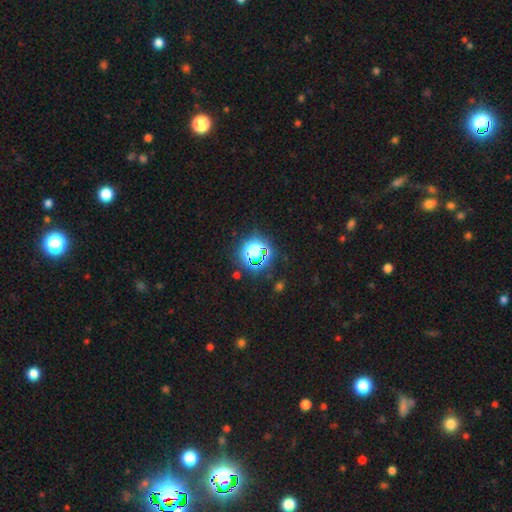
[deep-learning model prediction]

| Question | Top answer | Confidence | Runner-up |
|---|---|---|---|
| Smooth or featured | star or artifact | 59% | smooth (30%) |